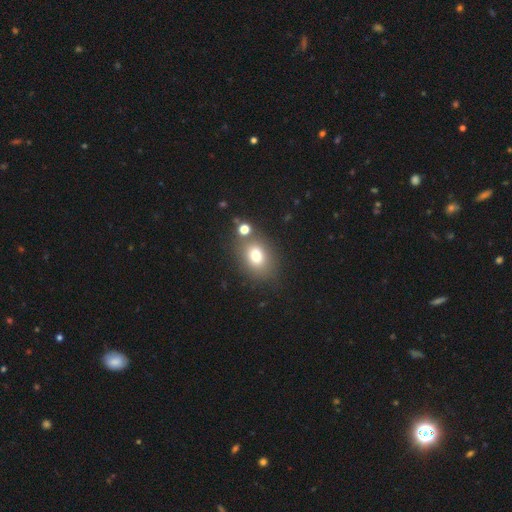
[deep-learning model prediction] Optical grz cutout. It shows a smooth galaxy with no disk features (75%) that is in between round and cigar-shaped (58%). Merging: none (69%).